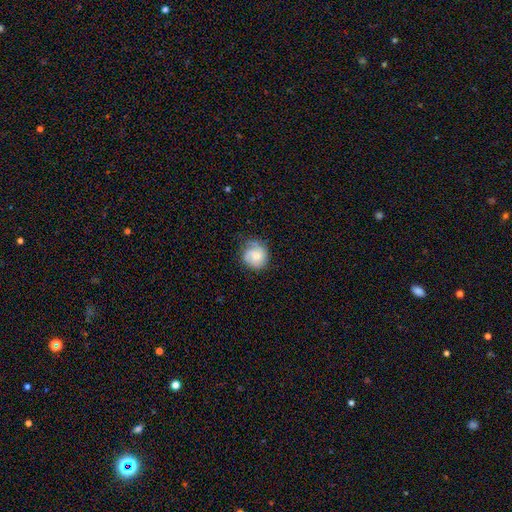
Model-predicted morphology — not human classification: This is possibly a smooth galaxy (49%). Merging: likely none (66%).